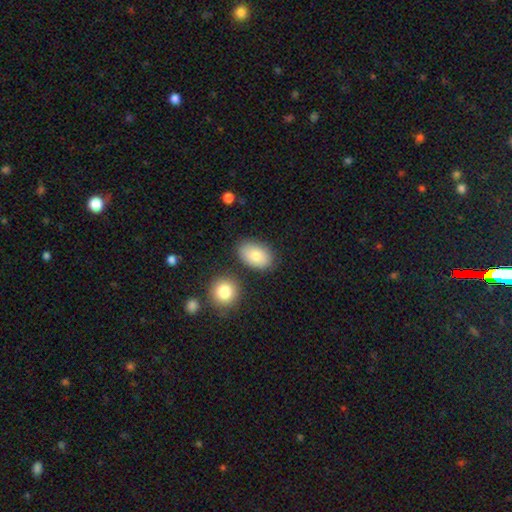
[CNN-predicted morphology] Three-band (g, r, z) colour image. It shows a smooth galaxy with no disk features (82%) that is in between round and cigar-shaped (86%). Merging: none (78%).